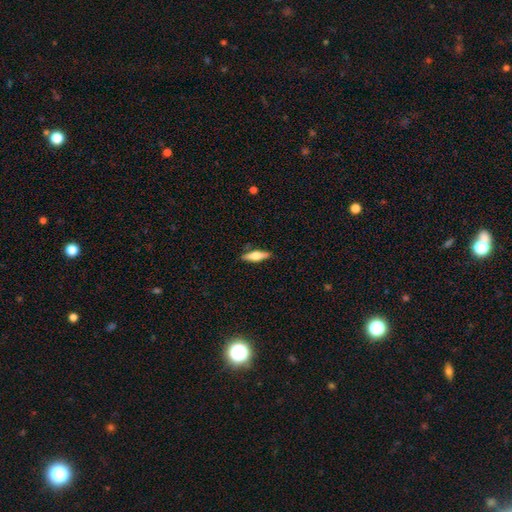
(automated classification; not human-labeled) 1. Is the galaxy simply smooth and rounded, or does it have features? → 58% smooth, 35% featured or disk, 6% star or artifact.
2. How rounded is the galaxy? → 58% cigar-shaped, 40% in between, 2% round.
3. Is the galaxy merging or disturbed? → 85% none, 11% minor disturbance, 2% major disturbance, 2% merger.